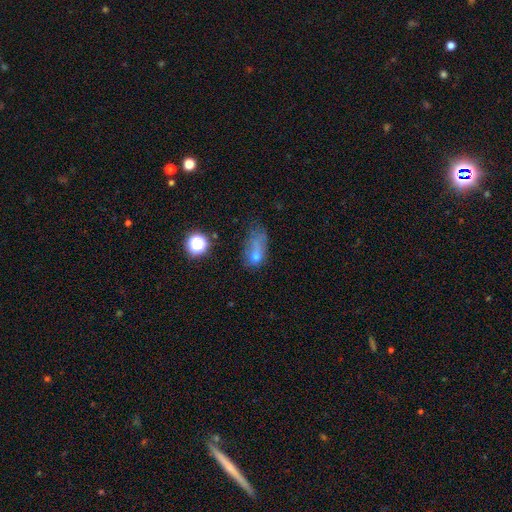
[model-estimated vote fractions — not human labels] A smooth galaxy with no disk features (57%) that is in between round and cigar-shaped (76%). Merging: major disturbance (41%).